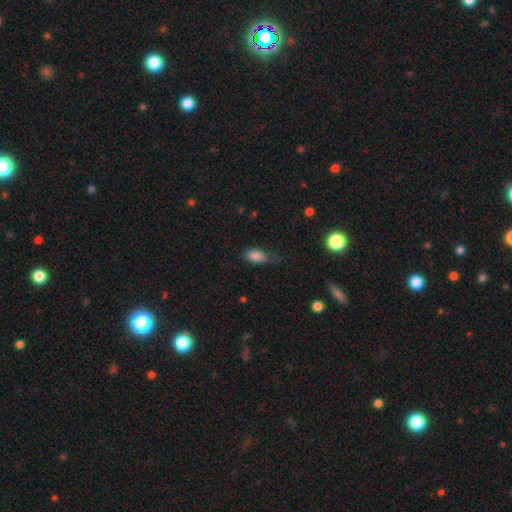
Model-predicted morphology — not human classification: Smooth or featured?
  - smooth: 84% *
  - star or artifact: 10%
  - featured or disk: 6%
How rounded?
  - in between: 88% *
  - round: 6%
  - cigar-shaped: 6%
Merging?
  - none: 47% *
  - minor disturbance: 36%
  - major disturbance: 16%
  - merger: 2%